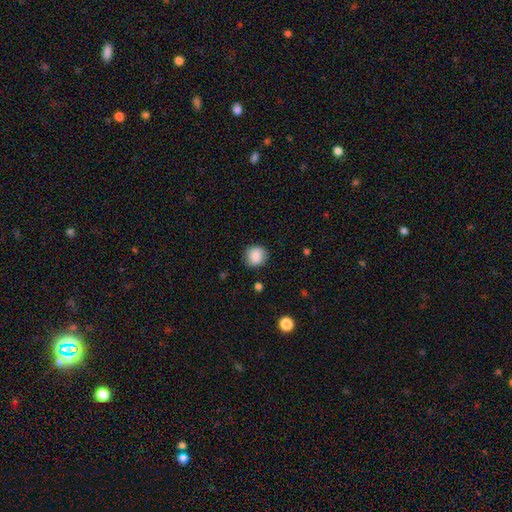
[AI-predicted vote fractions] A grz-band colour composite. It shows a smooth galaxy with no disk features (86%) that is round (86%). Merging: none (85%).